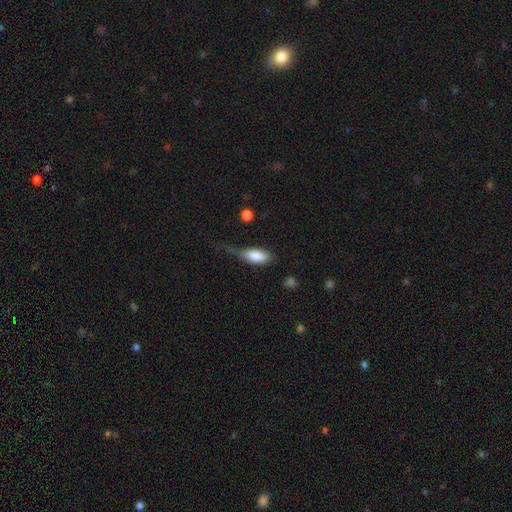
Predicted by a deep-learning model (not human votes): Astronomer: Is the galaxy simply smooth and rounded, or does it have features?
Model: smooth — 81%.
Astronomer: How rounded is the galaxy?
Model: in between — 79%.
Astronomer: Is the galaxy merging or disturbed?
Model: none — 36%, tied with minor disturbance at 36%.